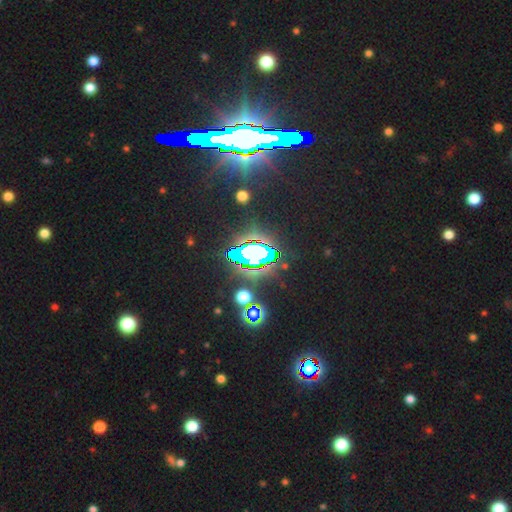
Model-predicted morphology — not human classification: A star or artifact, not a galaxy (82%).